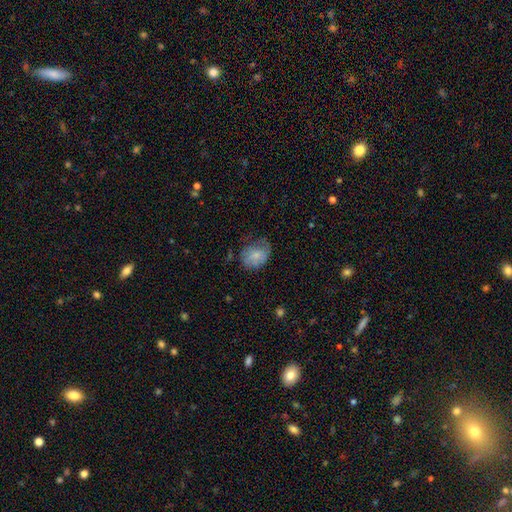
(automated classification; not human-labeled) A smooth galaxy with no disk features (72%) that is in between round and cigar-shaped (54%).

Vote fractions:
- Smooth or featured? smooth: 72% / featured or disk: 20% / star or artifact: 8%
- How rounded? in between: 54% / round: 45% / cigar-shaped: 1%
- Merging? none: 48% / minor disturbance: 34% / major disturbance: 16% / merger: 2%